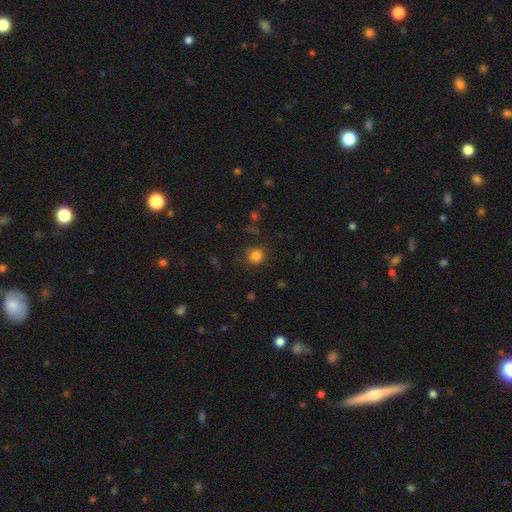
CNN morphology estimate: Q: Smooth or featured?
A: smooth (83%); runner-up: star or artifact (12%)
Q: How rounded?
A: round (91%); runner-up: in between (8%)
Q: Merging?
A: none (84%); runner-up: minor disturbance (10%)